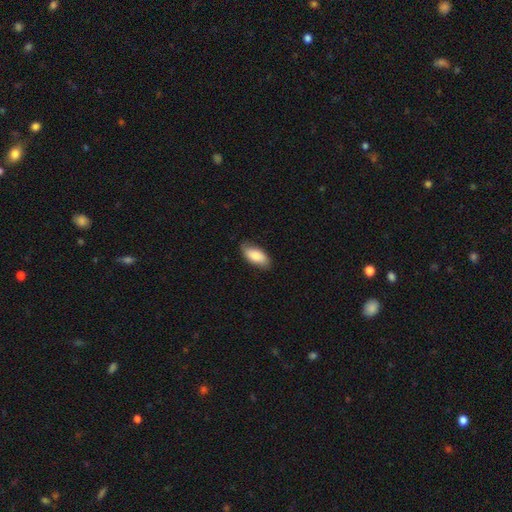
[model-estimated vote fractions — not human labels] A smooth galaxy with no disk features (81%) that is in between round and cigar-shaped (90%).

Vote fractions:
- Smooth or featured? smooth: 81% / featured or disk: 13% / star or artifact: 6%
- How rounded? in between: 90% / cigar-shaped: 7% / round: 2%
- Merging? none: 77% / minor disturbance: 18% / major disturbance: 3% / merger: 1%